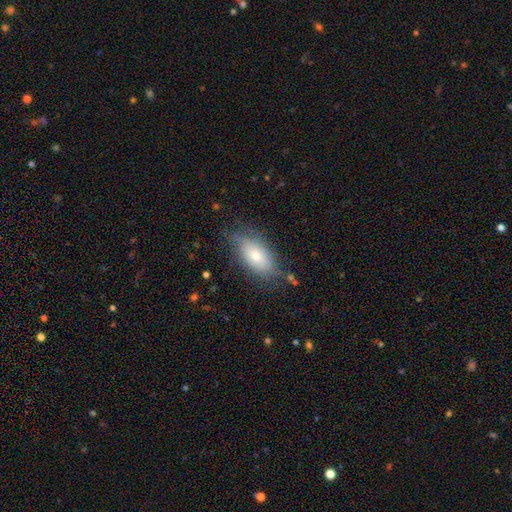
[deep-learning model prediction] smooth-or-featured: smooth: 71% | featured or disk: 21% | star or artifact: 7%
  how-rounded: in between: 89% | cigar-shaped: 8% | round: 4%
  merging: none: 70% | minor disturbance: 23% | major disturbance: 6% | merger: 2%